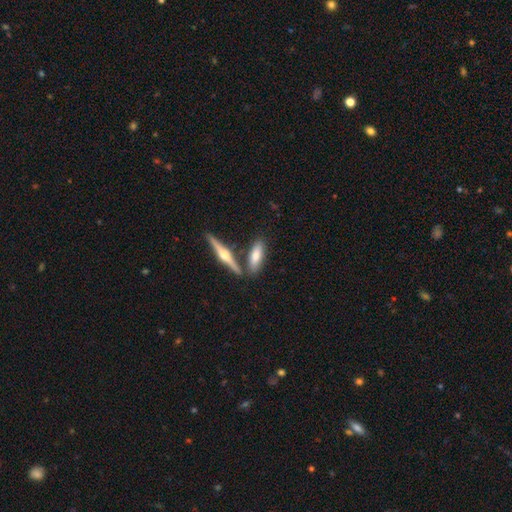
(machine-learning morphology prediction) smooth-or-featured: smooth: 58% | featured or disk: 35% | star or artifact: 6%
  how-rounded: in between: 53% | cigar-shaped: 44% | round: 4%
  merging: none: 66% | merger: 20% | minor disturbance: 11% | major disturbance: 3%